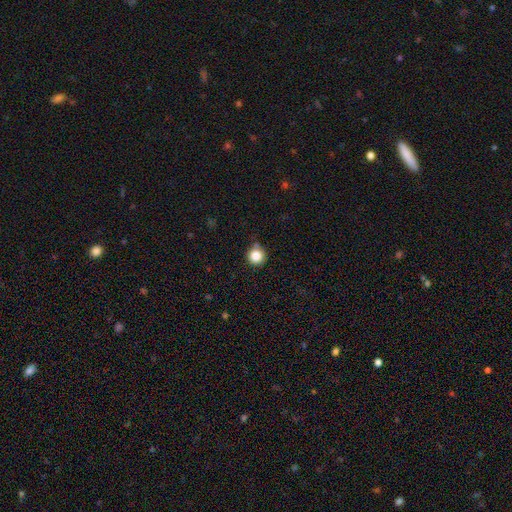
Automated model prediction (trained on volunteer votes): Q: Smooth or featured?
A: smooth (85%); runner-up: star or artifact (11%)
Q: How rounded?
A: round (95%); runner-up: in between (4%)
Q: Merging?
A: none (78%); runner-up: minor disturbance (14%)